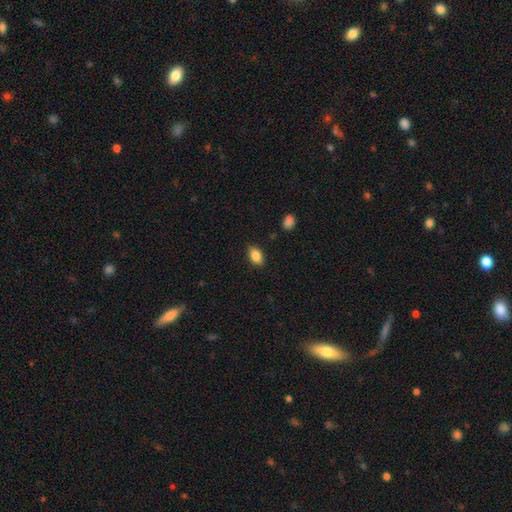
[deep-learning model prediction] A smooth galaxy with no disk features (86%) that is in between round and cigar-shaped (88%). Merging: none (87%).